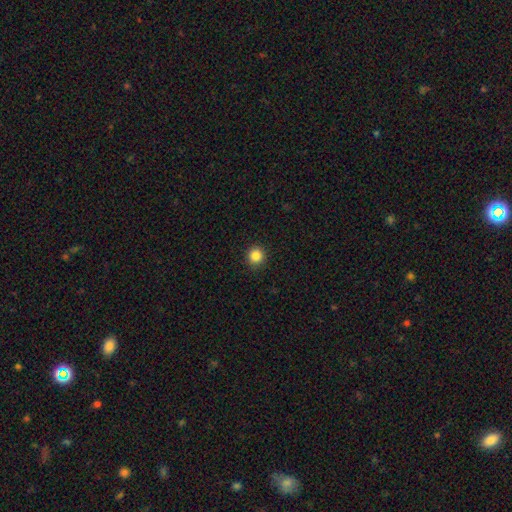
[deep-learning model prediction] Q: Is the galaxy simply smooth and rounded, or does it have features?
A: smooth — 85%.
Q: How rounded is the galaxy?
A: round — 94%.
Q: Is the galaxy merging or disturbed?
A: none — 92%.